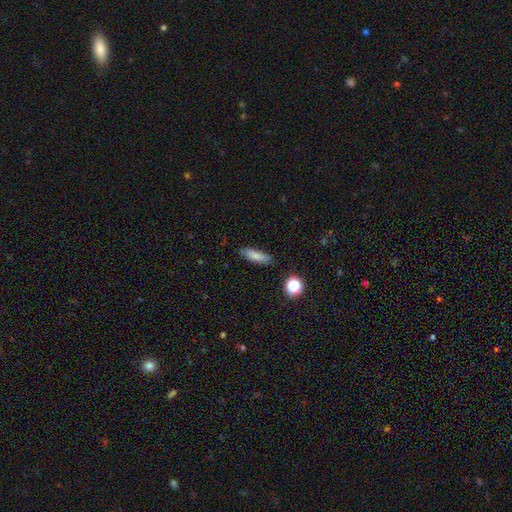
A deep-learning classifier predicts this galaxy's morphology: This is likely a smooth galaxy (79%). How rounded: possibly cigar-shaped (59%). Merging: clearly none (86%).